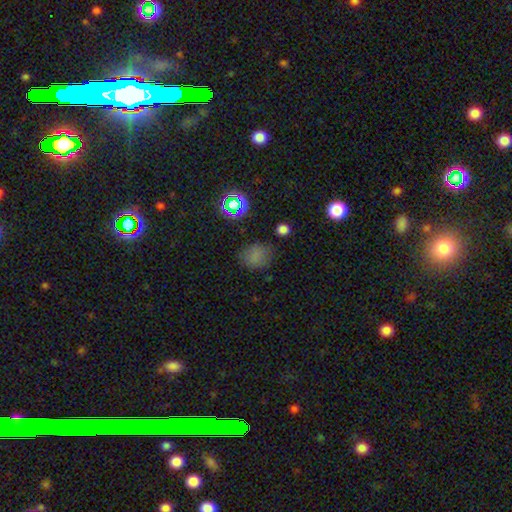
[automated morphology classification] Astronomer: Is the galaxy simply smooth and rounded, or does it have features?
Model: smooth — 70%.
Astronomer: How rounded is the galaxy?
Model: round — 65%.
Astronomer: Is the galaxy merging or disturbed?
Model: none — 73%.